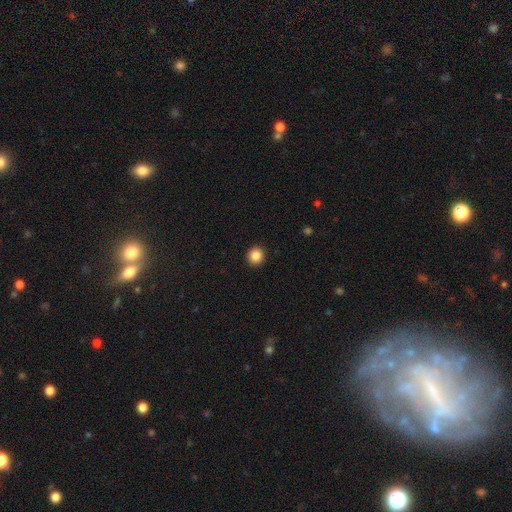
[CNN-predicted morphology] A smooth galaxy with no disk features (85%) that is round (91%).

Vote fractions:
- Smooth or featured? smooth: 85% / star or artifact: 10% / featured or disk: 4%
- How rounded? round: 91% / in between: 8% / cigar-shaped: 1%
- Merging? none: 93% / minor disturbance: 5% / major disturbance: 2% / merger: 1%